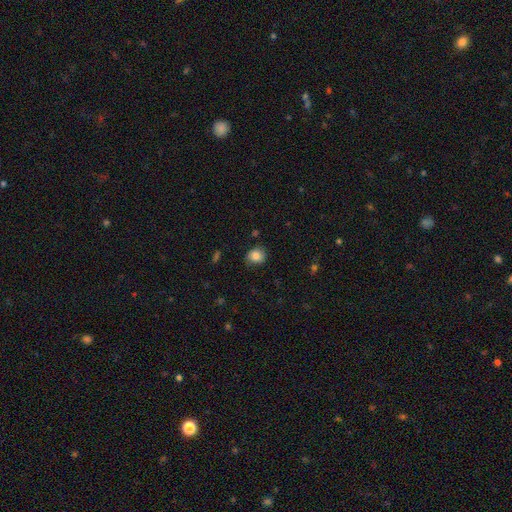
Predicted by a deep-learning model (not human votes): Q: Smooth or featured?
A: smooth (83%); runner-up: star or artifact (9%)
Q: How rounded?
A: round (74%); runner-up: in between (25%)
Q: Merging?
A: none (73%); runner-up: minor disturbance (21%)